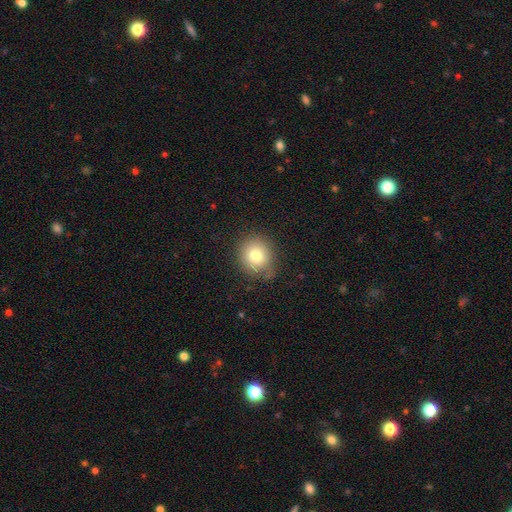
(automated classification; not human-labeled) Smooth or featured?
  - smooth: 78% *
  - featured or disk: 11%
  - star or artifact: 11%
How rounded?
  - round: 84% *
  - in between: 15%
  - cigar-shaped: 1%
Merging?
  - none: 78% *
  - minor disturbance: 16%
  - major disturbance: 4%
  - merger: 1%